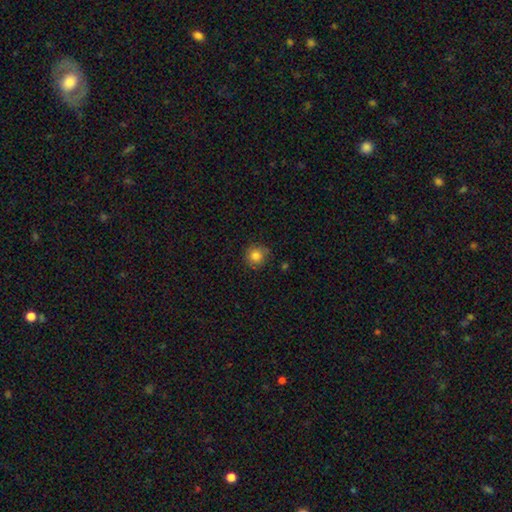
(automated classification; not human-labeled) Smooth or featured? smooth (82%)
How rounded? round (92%)
Merging? none (82%)